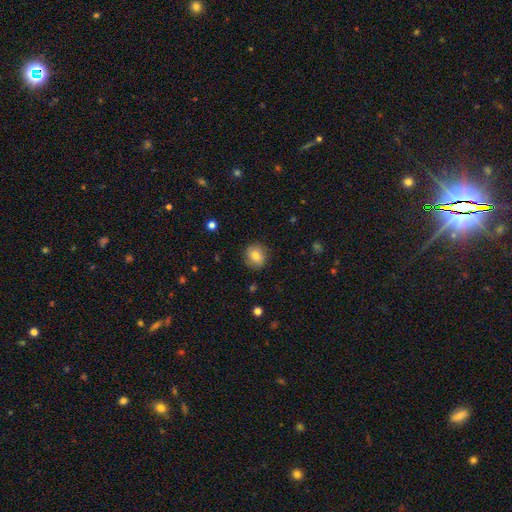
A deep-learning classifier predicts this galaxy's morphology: smooth 79%, featured or disk 12%, star or artifact 9%. Down the decision tree: how rounded — round (81%); merging — none (86%).